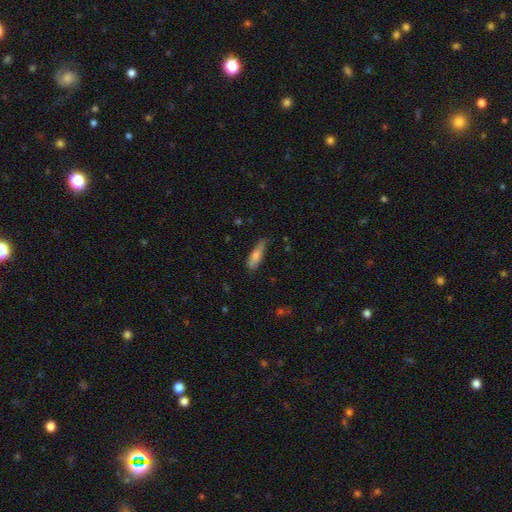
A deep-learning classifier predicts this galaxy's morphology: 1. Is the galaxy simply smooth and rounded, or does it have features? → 72% smooth, 21% featured or disk, 7% star or artifact.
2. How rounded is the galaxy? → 53% cigar-shaped, 45% in between, 2% round.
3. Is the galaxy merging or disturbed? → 60% none, 31% minor disturbance, 7% major disturbance, 2% merger.